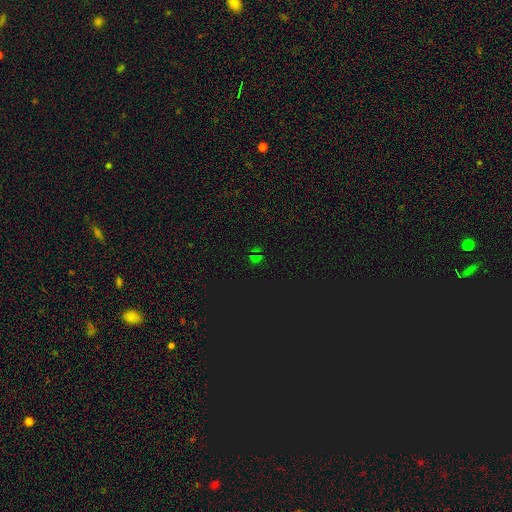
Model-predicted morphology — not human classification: Q: Smooth or featured?
A: star or artifact (64%); runner-up: smooth (28%)